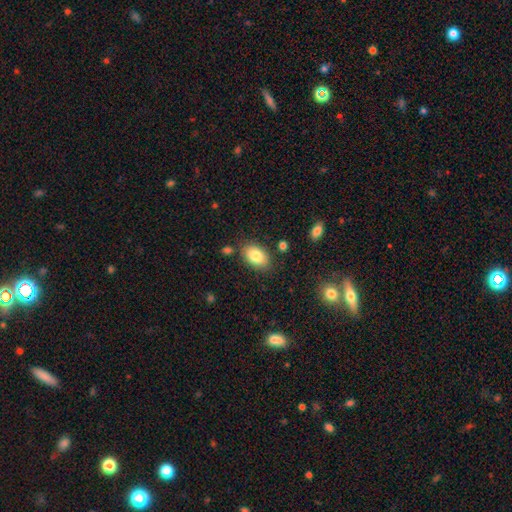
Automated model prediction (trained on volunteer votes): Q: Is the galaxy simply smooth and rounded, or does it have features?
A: smooth — 83%.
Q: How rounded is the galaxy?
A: in between — 90%.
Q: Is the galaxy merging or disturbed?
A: none — 80%.